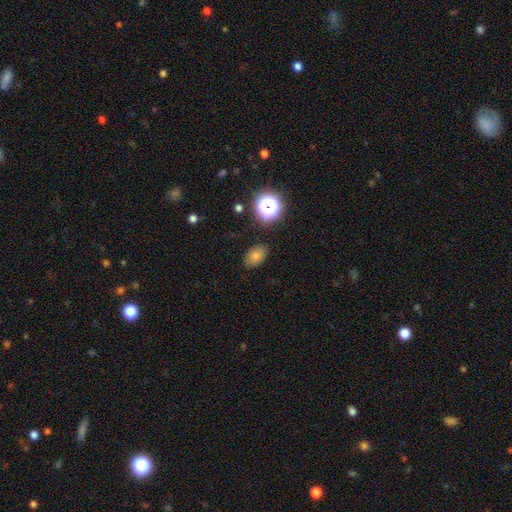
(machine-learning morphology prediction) The model was most divided on "smooth or featured": smooth: 65%, star or artifact: 25%, featured or disk: 10%. More confident: merging — none (85%); how rounded — in between (75%).